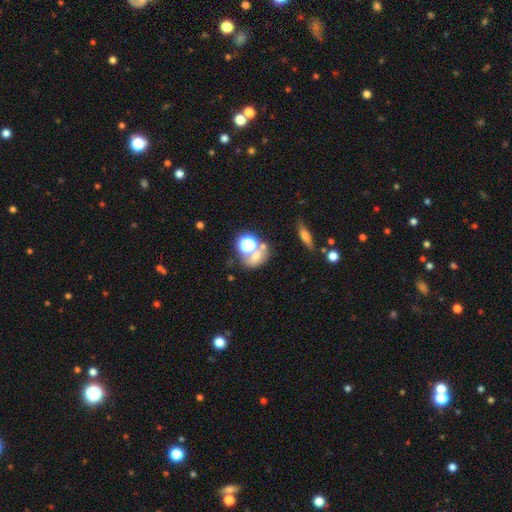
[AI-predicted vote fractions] A smooth galaxy with no disk features (57%) that is round (53%). Merging: none (43%).